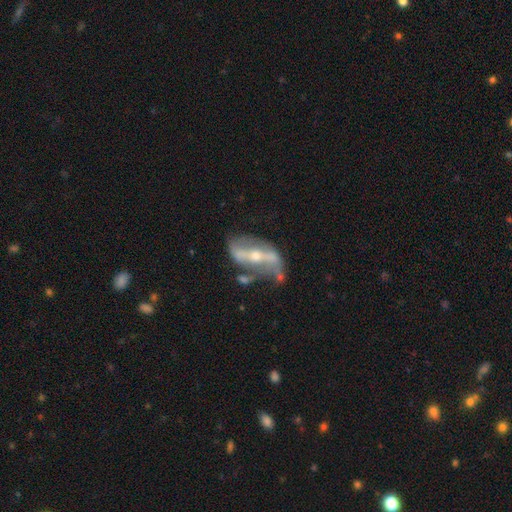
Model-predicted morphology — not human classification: type=featured or disk (85%); edge-on=no (87%); bar=strong (66%); spiral arms=yes (80%); winding=loose (60%); arm count=2 (85%); bulge=small (51%); merging=none (51%).